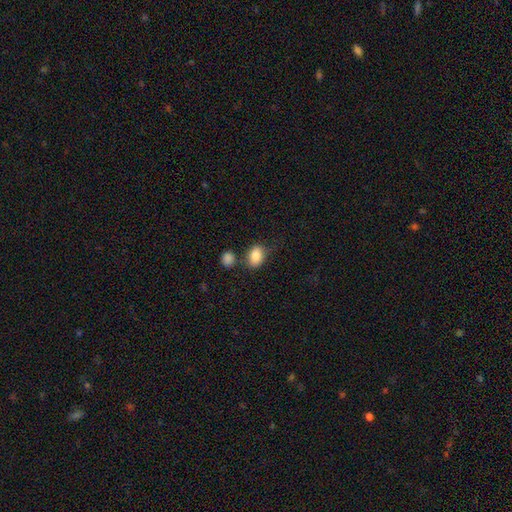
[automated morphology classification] Q: Smooth or featured?
A: smooth (85%); runner-up: star or artifact (8%)
Q: How rounded?
A: in between (75%); runner-up: round (23%)
Q: Merging?
A: none (67%); runner-up: minor disturbance (16%)